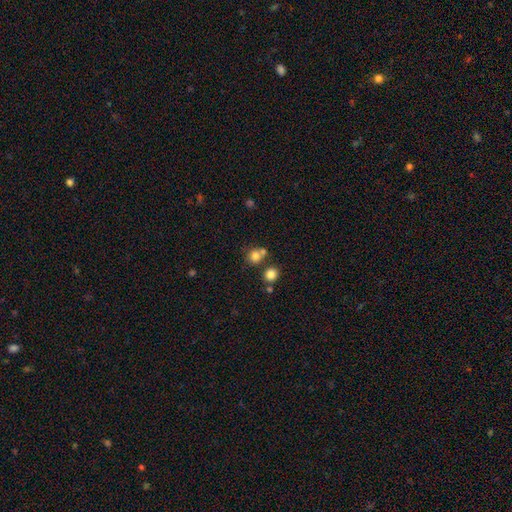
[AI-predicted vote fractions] A smooth galaxy with no disk features (79%) that is round (84%). Merging: none (58%).